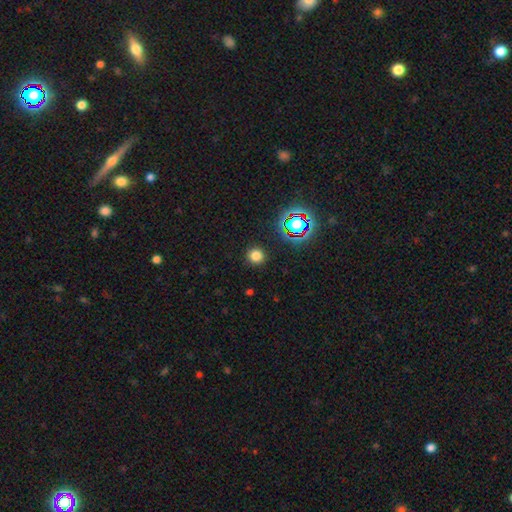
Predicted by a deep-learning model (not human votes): The model was most divided on "smooth or featured": smooth: 76%, star or artifact: 18%, featured or disk: 5%. More confident: how rounded — round (93%); merging — none (91%).